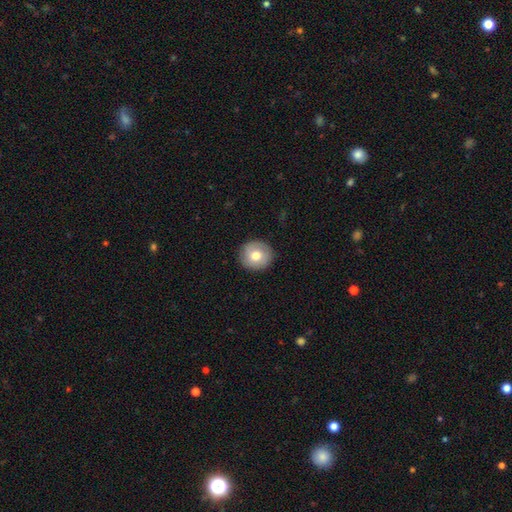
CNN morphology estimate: Smooth or featured? Predicted: smooth (p=0.72). How rounded? Predicted: round (p=0.92). Merging? Predicted: none (p=0.89).